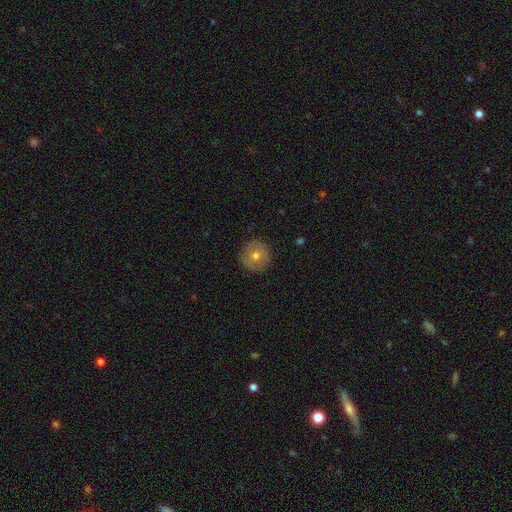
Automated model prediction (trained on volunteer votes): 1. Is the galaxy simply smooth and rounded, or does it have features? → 59% smooth, 33% featured or disk, 8% star or artifact.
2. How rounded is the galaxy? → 95% round, 4% in between, 1% cigar-shaped.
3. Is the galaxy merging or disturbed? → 89% none, 8% minor disturbance, 2% major disturbance, 1% merger.